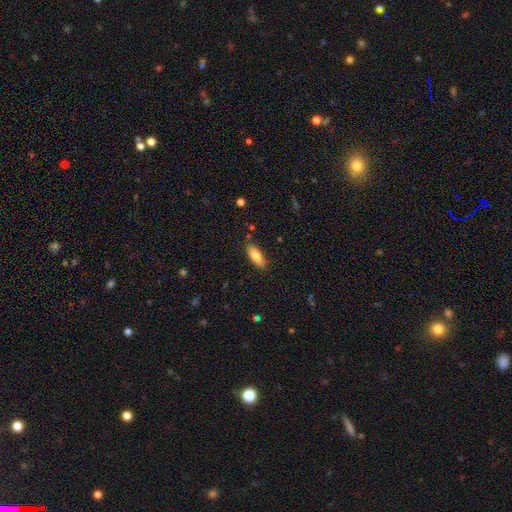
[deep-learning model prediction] Overall: smooth (78%). How rounded: in between (74%). Merging: none (82%).